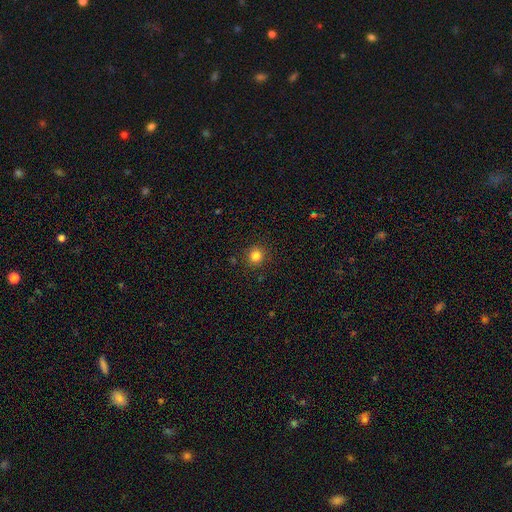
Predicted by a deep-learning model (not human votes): smooth-or-featured: smooth: 82% | star or artifact: 13% | featured or disk: 5%
  how-rounded: round: 92% | in between: 7% | cigar-shaped: 1%
  merging: none: 90% | minor disturbance: 7% | major disturbance: 2% | merger: 1%